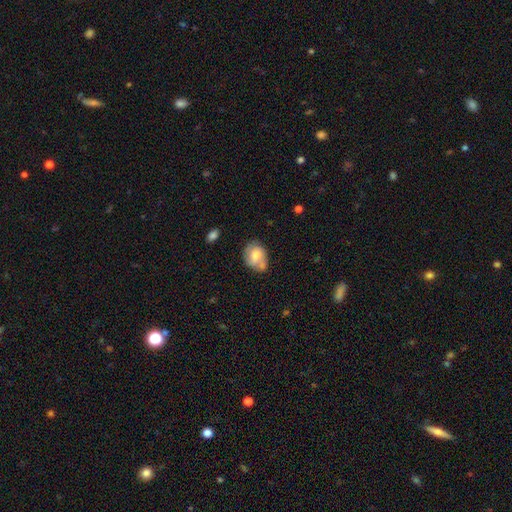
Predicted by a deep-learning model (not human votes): smooth 62%, featured or disk 30%, star or artifact 8%. Down the decision tree: how rounded — in between (67%); merging — none (42%).